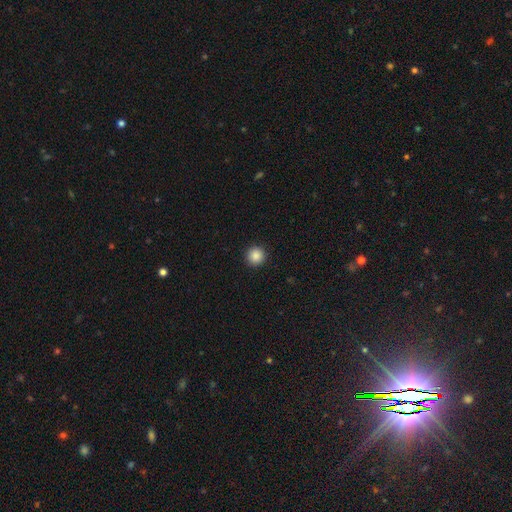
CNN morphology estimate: This appears to be a smooth galaxy with no disk features (87%) that is round (96%). Merging: none (93%).